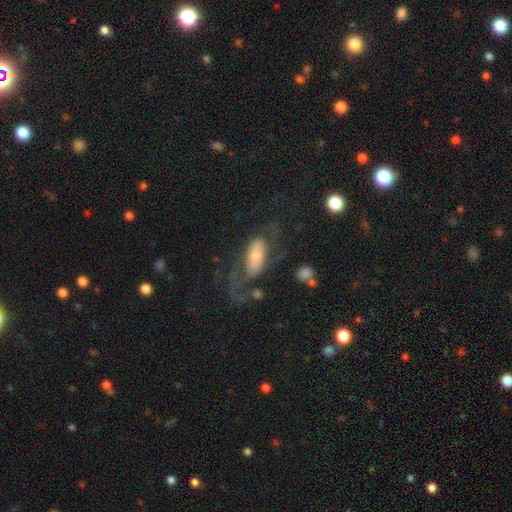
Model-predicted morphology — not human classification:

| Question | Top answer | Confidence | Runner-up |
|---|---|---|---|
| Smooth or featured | featured or disk | 55% | smooth (37%) |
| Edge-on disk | no | 87% | yes (13%) |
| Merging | none | 40% | major disturbance (37%) |